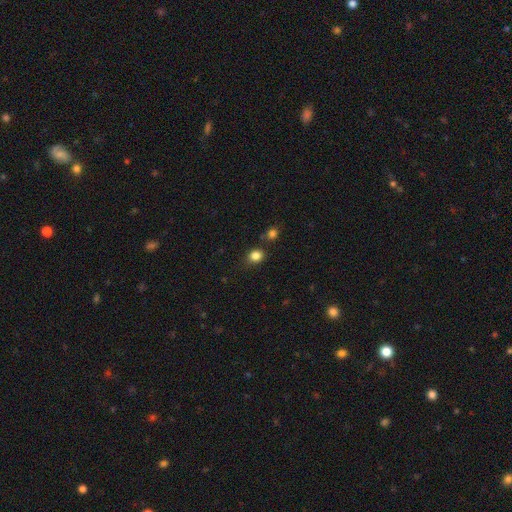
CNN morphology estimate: smooth_or_featured: smooth (p=0.83) [alt: star or artifact p=0.12]
how_rounded: round (p=0.70) [alt: in between p=0.29]
merging: none (p=0.77) [alt: minor disturbance p=0.13]